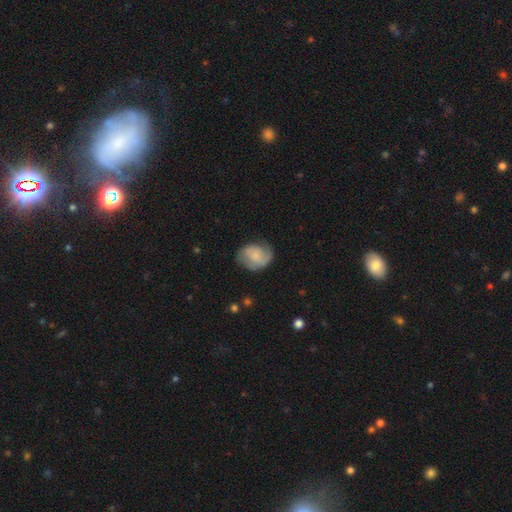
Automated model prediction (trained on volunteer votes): Morphology: type=smooth (52%); roundness=in between (56%); merging=none (61%).